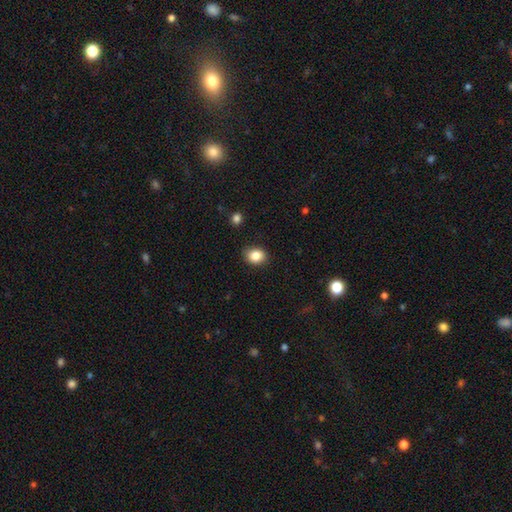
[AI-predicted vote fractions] Smooth or featured?
  - smooth: 85% *
  - star or artifact: 10%
  - featured or disk: 6%
How rounded?
  - in between: 51% *
  - round: 48%
  - cigar-shaped: 1%
Merging?
  - none: 84% *
  - minor disturbance: 12%
  - major disturbance: 3%
  - merger: 1%